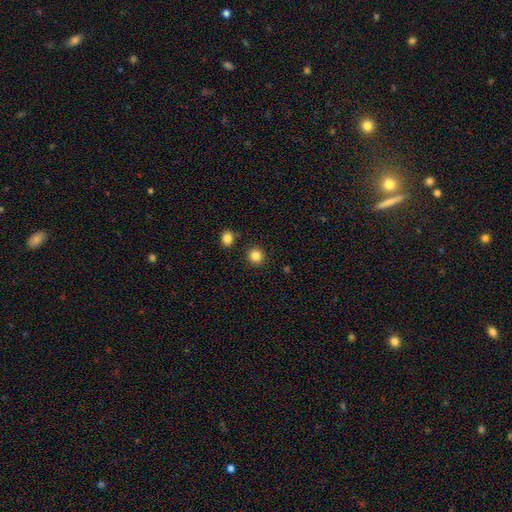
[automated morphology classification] Smooth or featured: smooth — 85% (star or artifact — 11%)
How rounded: round — 91% (in between — 8%)
Merging: none — 89% (minor disturbance — 6%)